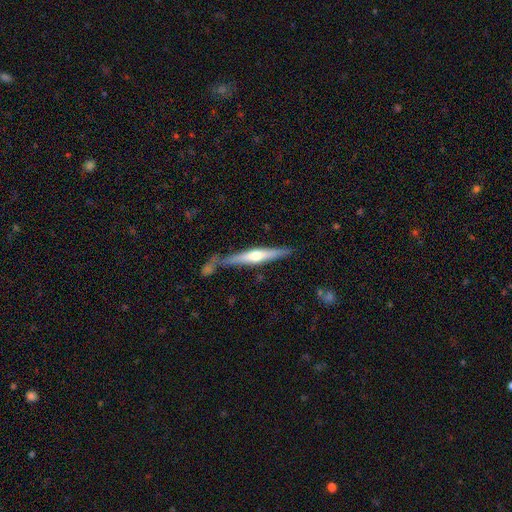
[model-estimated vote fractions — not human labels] Smooth or featured? Predicted: featured or disk (p=0.59). Edge-on disk? Predicted: yes (p=0.94). Edge-on bulge? Predicted: rounded (p=0.84). Merging? Predicted: none (p=0.68).